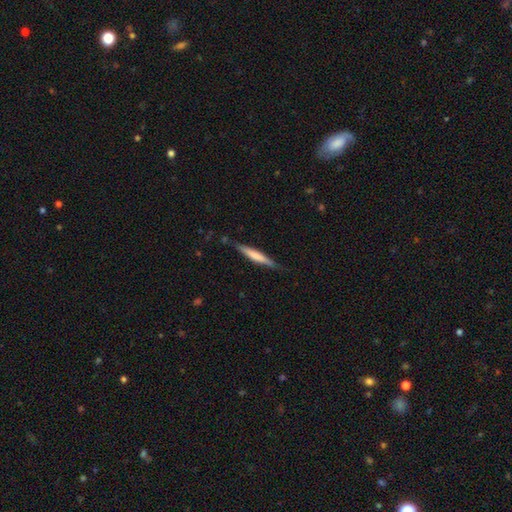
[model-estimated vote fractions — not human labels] Smooth or featured? smooth (57%)
How rounded? cigar-shaped (93%)
Merging? none (82%)